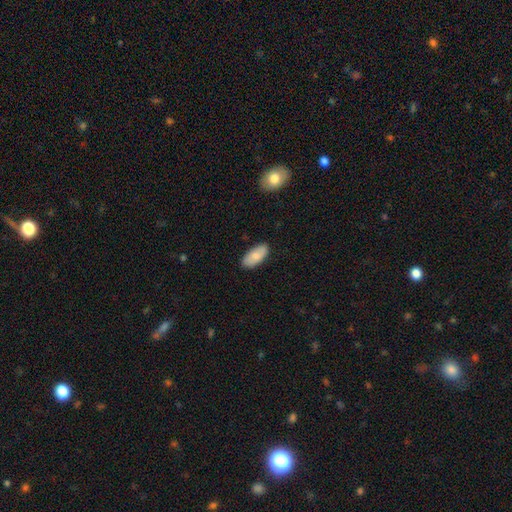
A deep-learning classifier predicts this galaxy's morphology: A smooth galaxy with no disk features (80%) that is in between round and cigar-shaped (92%).

Vote fractions:
- Smooth or featured? smooth: 80% / featured or disk: 14% / star or artifact: 6%
- How rounded? in between: 92% / cigar-shaped: 6% / round: 2%
- Merging? none: 86% / minor disturbance: 11% / major disturbance: 2% / merger: 1%